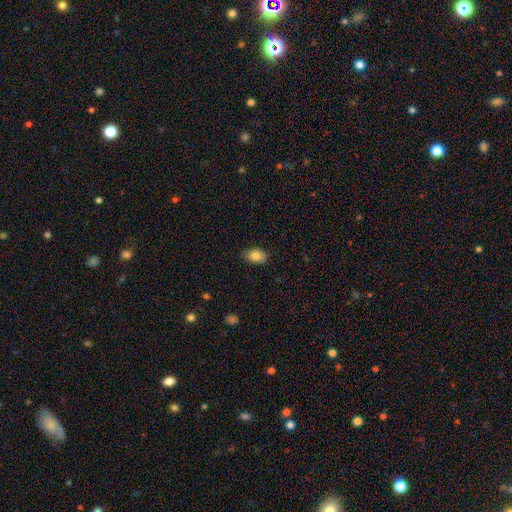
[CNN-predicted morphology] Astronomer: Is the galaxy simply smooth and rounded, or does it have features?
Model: smooth — 84%.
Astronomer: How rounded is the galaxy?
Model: in between — 82%.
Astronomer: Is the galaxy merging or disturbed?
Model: none — 84%.